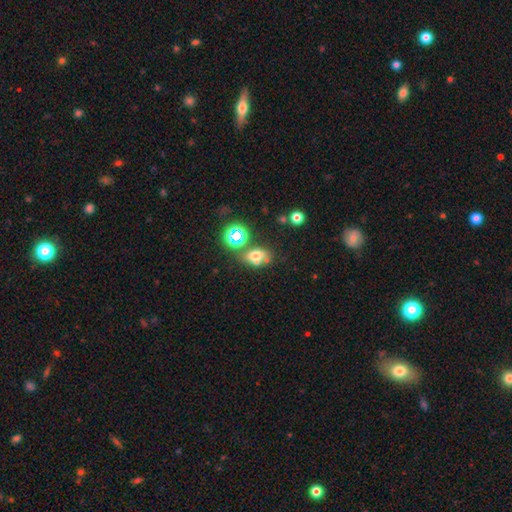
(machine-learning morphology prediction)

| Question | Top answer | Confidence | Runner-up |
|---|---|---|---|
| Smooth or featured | smooth | 59% | star or artifact (24%) |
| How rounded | in between | 70% | round (27%) |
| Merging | none | 47% | merger (29%) |